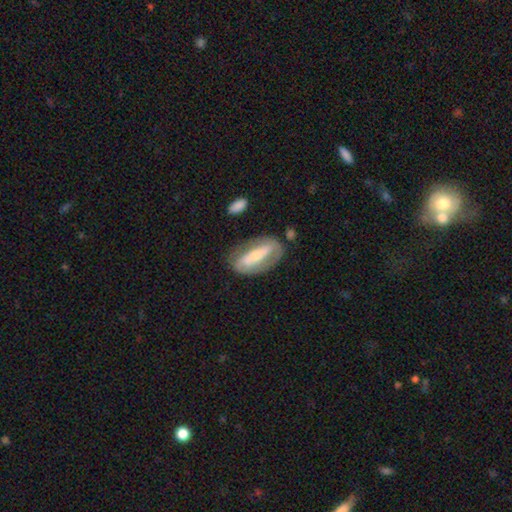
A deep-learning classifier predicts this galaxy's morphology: type=featured or disk (64%); edge-on=no (83%); bar=strong (62%); spiral arms=no (53%); bulge=moderate (46%); merging=none (69%).